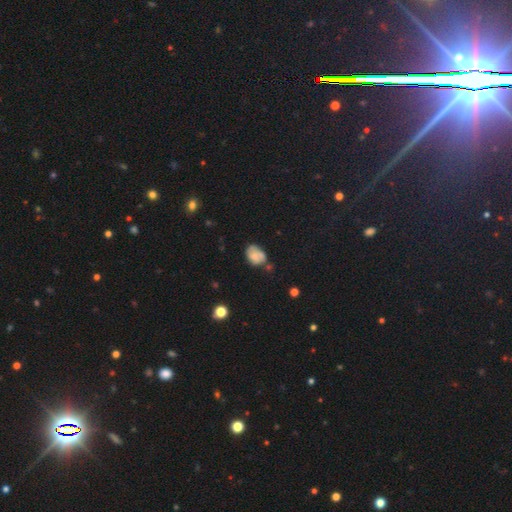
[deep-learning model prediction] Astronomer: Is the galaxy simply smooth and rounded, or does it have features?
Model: smooth — 62%.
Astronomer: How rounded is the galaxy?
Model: in between — 71%.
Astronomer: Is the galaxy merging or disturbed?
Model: none — 41% (runner-up: minor disturbance, 33%).